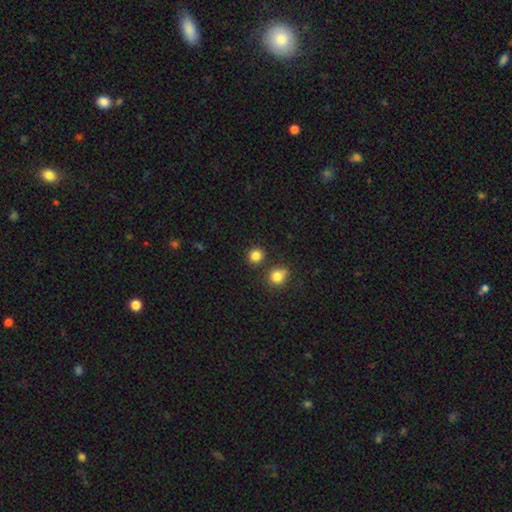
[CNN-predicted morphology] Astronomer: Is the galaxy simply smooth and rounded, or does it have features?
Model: smooth — 83%.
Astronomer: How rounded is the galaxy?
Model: round — 90%.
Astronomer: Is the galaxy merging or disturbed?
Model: none — 82%.